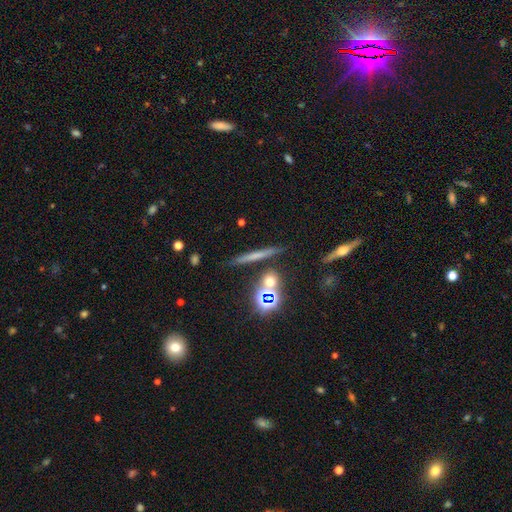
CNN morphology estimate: smooth 51%, featured or disk 32%, star or artifact 17%. Down the decision tree: how rounded — cigar-shaped (86%); merging — none (83%).